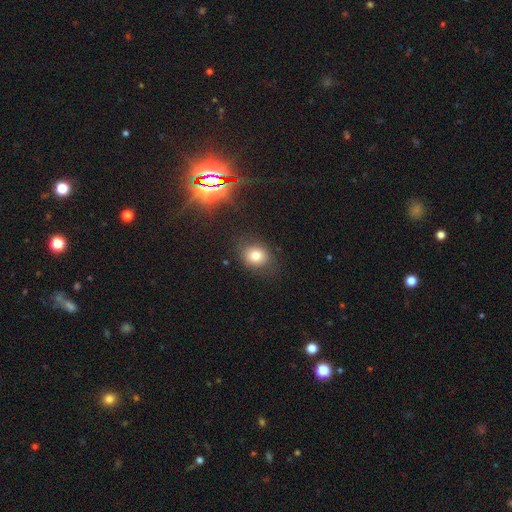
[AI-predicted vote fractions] Overall: smooth (76%). How rounded: round (60%; in between 39%). Merging: none (78%).